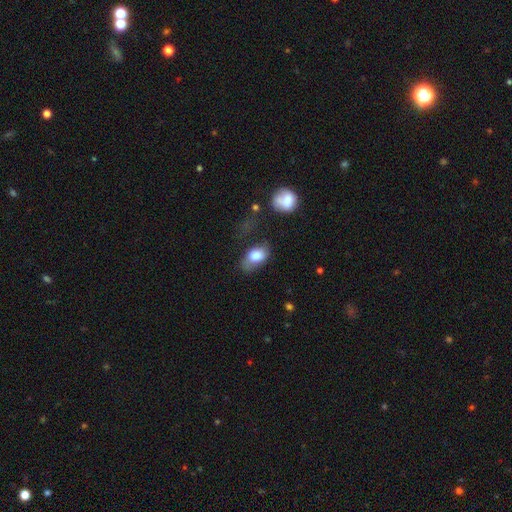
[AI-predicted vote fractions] Smooth or featured?
  - smooth: 74% *
  - featured or disk: 18%
  - star or artifact: 8%
How rounded?
  - in between: 87% *
  - round: 11%
  - cigar-shaped: 2%
Merging?
  - none: 55% *
  - minor disturbance: 26%
  - major disturbance: 15%
  - merger: 4%